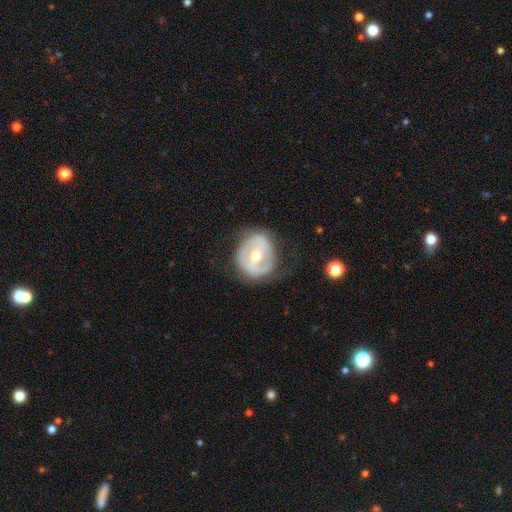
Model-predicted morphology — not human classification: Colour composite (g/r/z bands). It shows a featured or disk galaxy (66%) with a weak bar (38%), no spiral arms (53%) and a moderate central bulge (65%). Merging: none (66%).